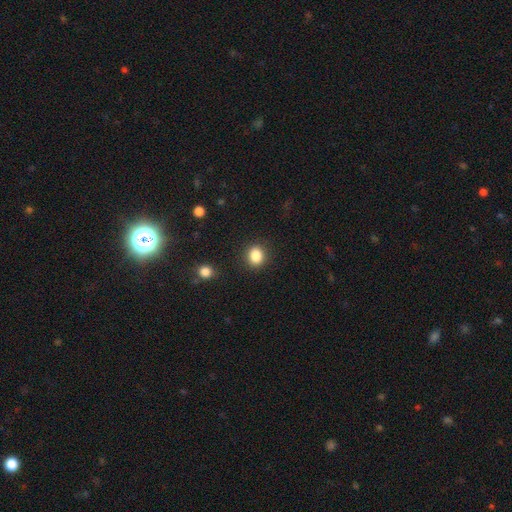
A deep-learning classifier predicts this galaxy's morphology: Smooth or featured: smooth — 85% (star or artifact — 10%)
How rounded: round — 65% (in between — 34%)
Merging: none — 89% (minor disturbance — 7%)